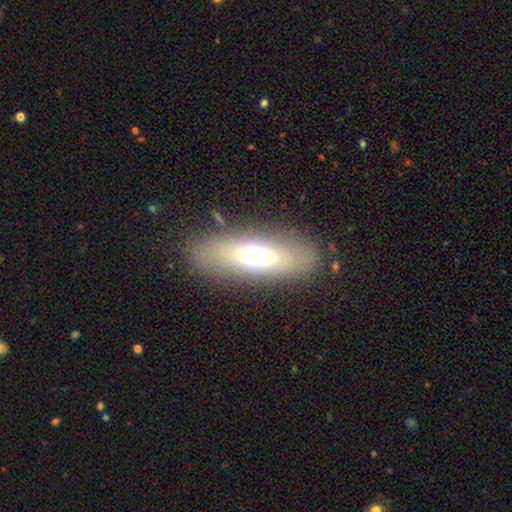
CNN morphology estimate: A smooth galaxy with no disk features (58%) that is in between round and cigar-shaped (63%).

Vote fractions:
- Smooth or featured? smooth: 58% / featured or disk: 33% / star or artifact: 10%
- How rounded? in between: 63% / cigar-shaped: 34% / round: 3%
- Merging? none: 82% / minor disturbance: 10% / major disturbance: 5% / merger: 2%